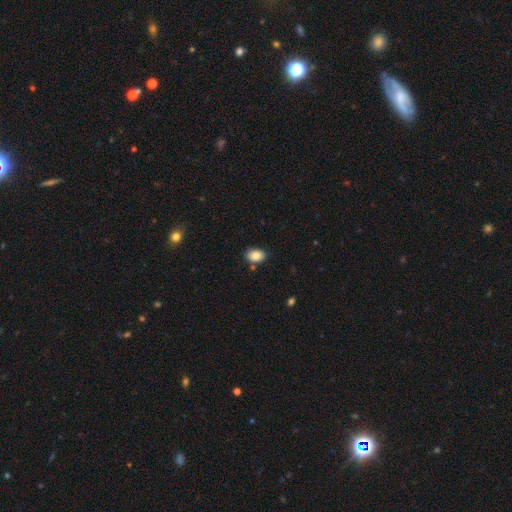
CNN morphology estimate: smooth 84%, star or artifact 8%, featured or disk 8%. Down the decision tree: how rounded — in between (78%); merging — none (80%).